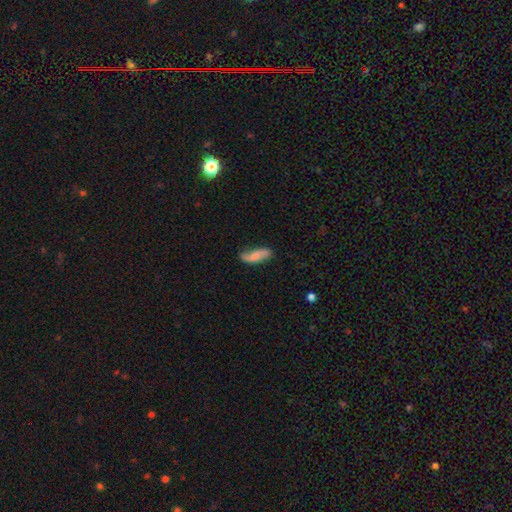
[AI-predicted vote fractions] smooth 59%, featured or disk 35%, star or artifact 7%. Down the decision tree: how rounded — in between (62%); merging — none (66%).